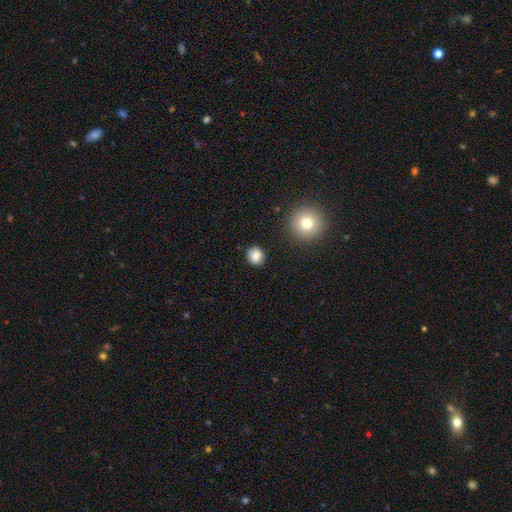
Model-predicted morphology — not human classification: A smooth galaxy with no disk features (84%) that is round (81%). Merging: none (88%).